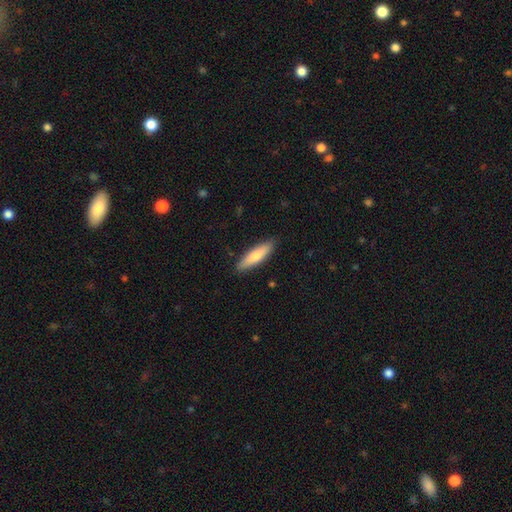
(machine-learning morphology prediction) The model was most divided on "how rounded": cigar-shaped: 70%, in between: 29%, round: 2%. More confident: merging — none (88%); smooth or featured — smooth (74%).